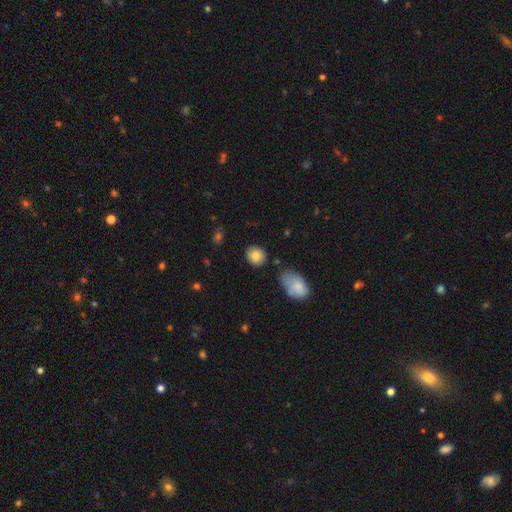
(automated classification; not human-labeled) smooth-or-featured: smooth: 82% | featured or disk: 9% | star or artifact: 9%
  how-rounded: round: 80% | in between: 19% | cigar-shaped: 1%
  merging: none: 80% | minor disturbance: 13% | merger: 4% | major disturbance: 3%